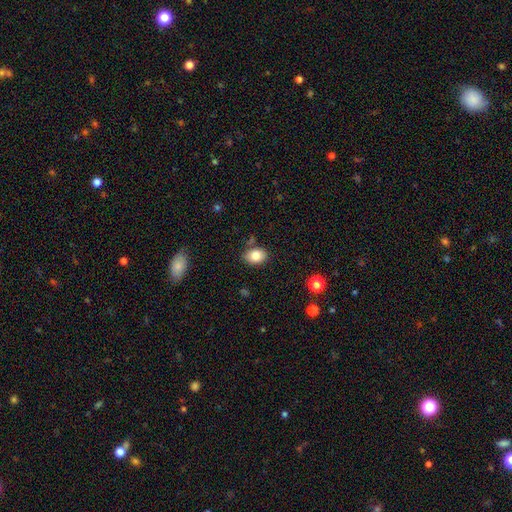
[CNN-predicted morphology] Overall: smooth (83%). How rounded: in between (73%). Merging: none (80%).